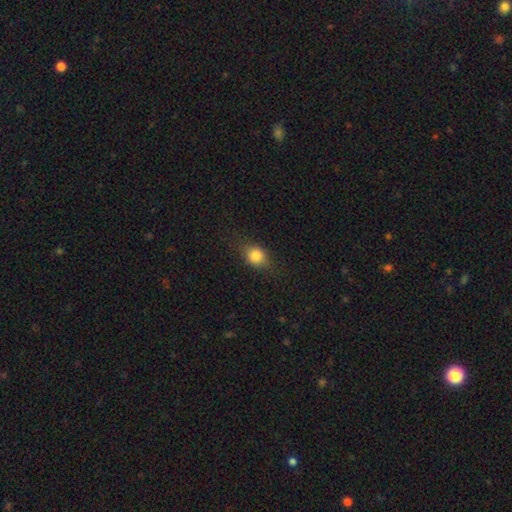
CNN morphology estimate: type=smooth (80%); roundness=round (54%); merging=none (78%).